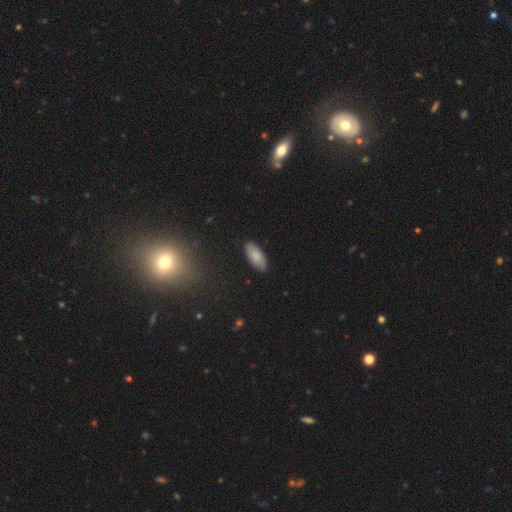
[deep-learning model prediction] This is clearly a smooth galaxy (83%). How rounded: clearly in between (85%). Merging: clearly none (87%).